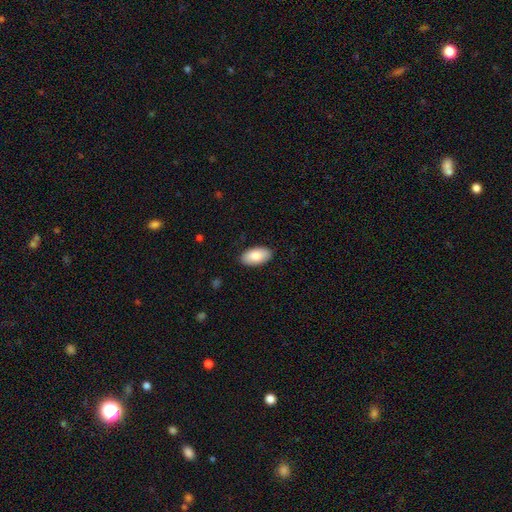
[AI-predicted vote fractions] A smooth galaxy with no disk features (86%) that is in between round and cigar-shaped (96%). Merging: none (88%).